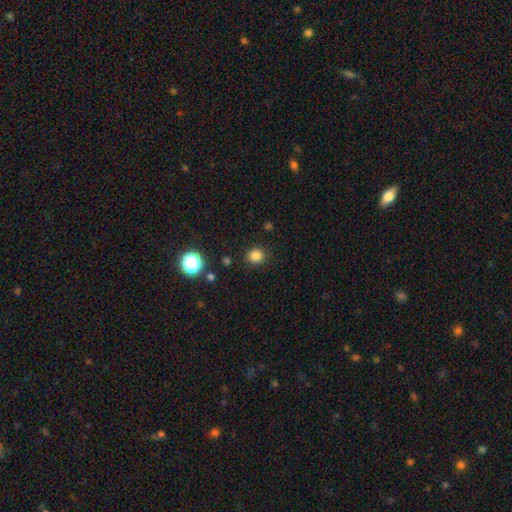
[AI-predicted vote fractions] smooth-or-featured: smooth: 82% | star or artifact: 14% | featured or disk: 4%
  how-rounded: round: 91% | in between: 8% | cigar-shaped: 1%
  merging: none: 90% | minor disturbance: 7% | major disturbance: 2% | merger: 1%